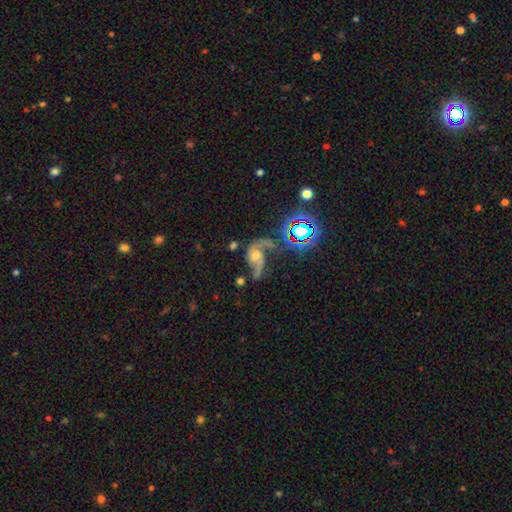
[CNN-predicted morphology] Smooth or featured? Predicted: featured or disk (p=0.73). Edge-on disk? Predicted: no (p=0.97). Bar? Predicted: no (p=0.68). Spiral arms? Predicted: yes (p=0.90). Spiral winding? Predicted: loose (p=0.69). Spiral arm count? Predicted: 2 (p=0.77). Bulge size? Predicted: moderate (p=0.53). Merging? Predicted: none (p=0.33).